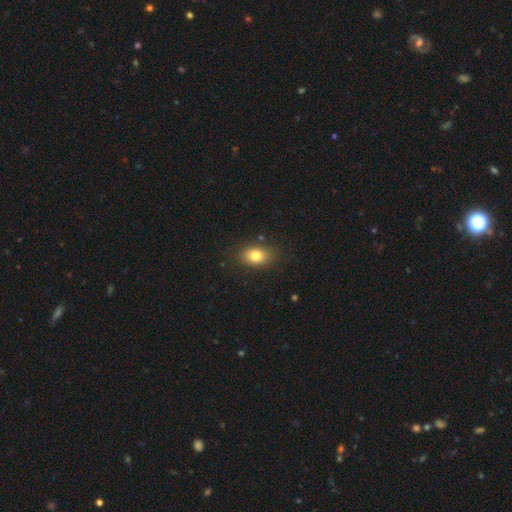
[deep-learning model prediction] smooth_or_featured: smooth (p=0.79) [alt: star or artifact p=0.11]
how_rounded: in between (p=0.70) [alt: round p=0.28]
merging: none (p=0.84) [alt: minor disturbance p=0.11]